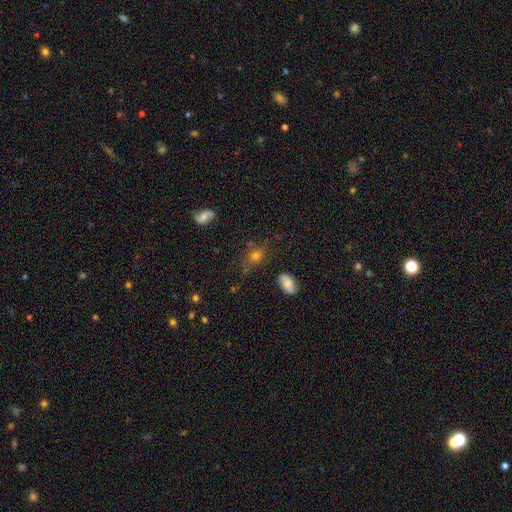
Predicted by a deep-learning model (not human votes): Overall: smooth (63%). How rounded: in between (54%; round 43%). Merging: none (65%).